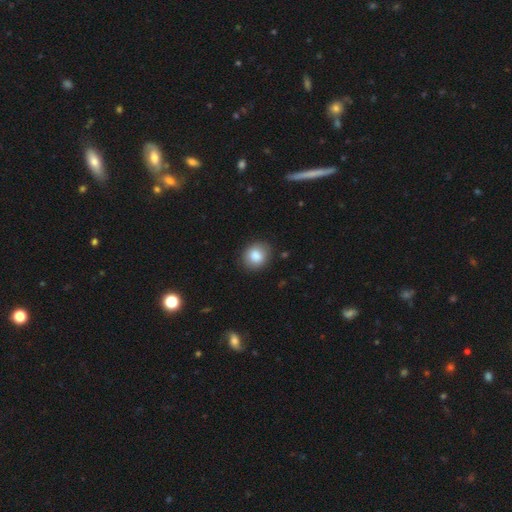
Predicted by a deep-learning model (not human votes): smooth_or_featured: smooth (p=0.85) [alt: star or artifact p=0.08]
how_rounded: round (p=0.71) [alt: in between p=0.28]
merging: none (p=0.84) [alt: minor disturbance p=0.12]